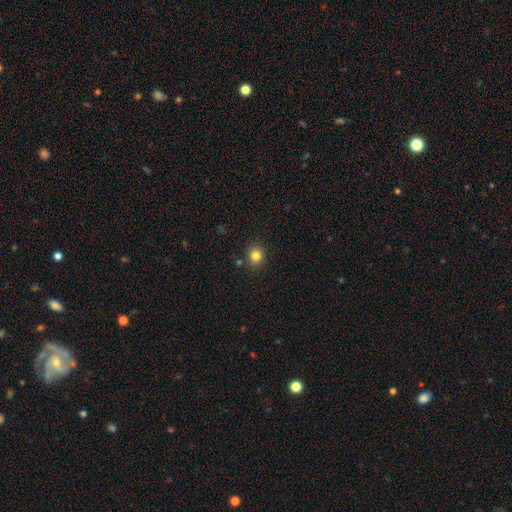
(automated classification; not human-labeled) The model was most divided on "smooth or featured": smooth: 82%, star or artifact: 12%, featured or disk: 6%. More confident: how rounded — round (87%); merging — none (86%).